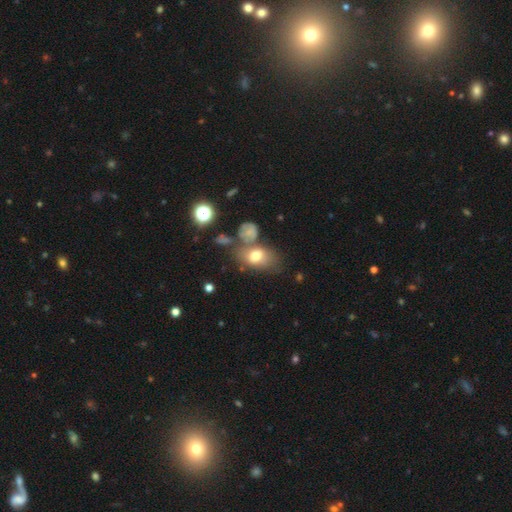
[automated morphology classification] The model was most divided on "merging": none: 45%, merger: 25%, minor disturbance: 19%, major disturbance: 11%. More confident: how rounded — in between (77%); smooth or featured — smooth (70%).